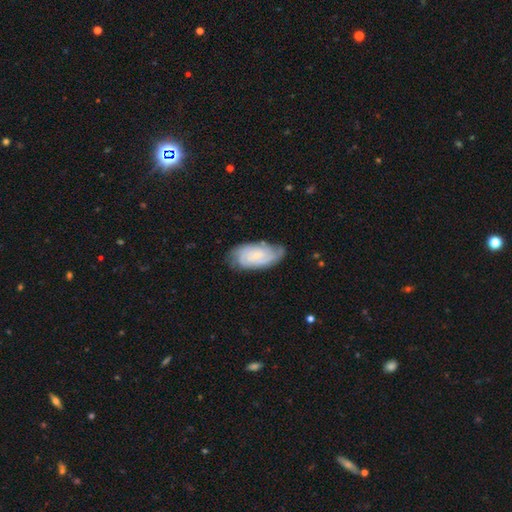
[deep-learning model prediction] smooth-or-featured: featured or disk: 68% | smooth: 25% | star or artifact: 7%
  disk-edge-on: no: 95% | yes: 5%
    bar: no: 66% | weak: 29% | strong: 5%
    has-spiral-arms: yes: 94% | no: 6%
      spiral-winding: tight: 64% | medium: 29% | loose: 7%
      spiral-arm-count: can't tell: 35% | 2: 34% | 3: 17% | 4: 6% | 1: 5% | more than 4: 4%
    bulge-size: small: 58% | none: 22% | moderate: 16% | large: 3% | dominant: 1%
  merging: none: 70% | minor disturbance: 23% | major disturbance: 6% | merger: 1%